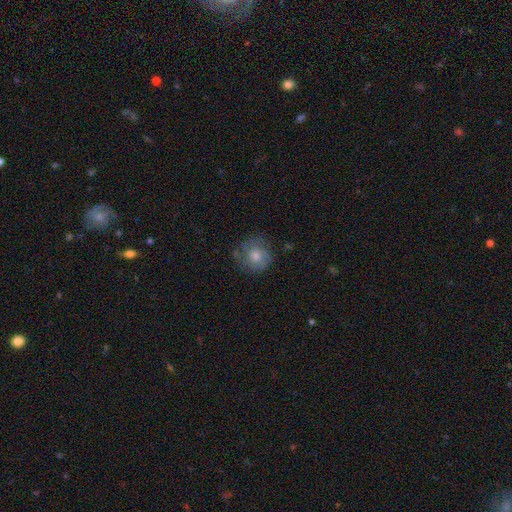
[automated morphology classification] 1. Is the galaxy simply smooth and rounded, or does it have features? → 51% smooth, 37% featured or disk, 12% star or artifact.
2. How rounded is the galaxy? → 87% round, 12% in between, 1% cigar-shaped.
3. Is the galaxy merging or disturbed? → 72% none, 19% minor disturbance, 8% major disturbance, 1% merger.